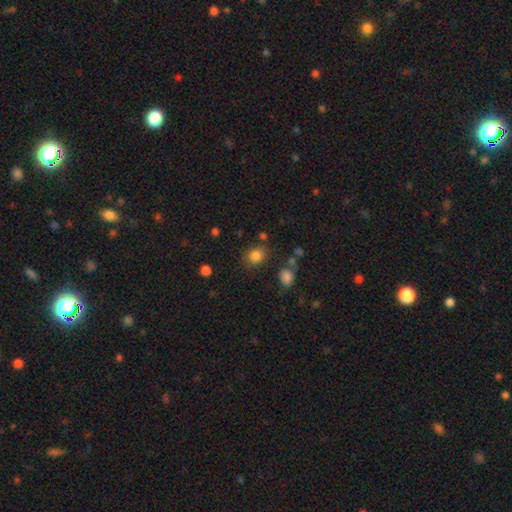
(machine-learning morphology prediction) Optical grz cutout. It shows a smooth galaxy with no disk features (82%) that is round (57%). Merging: none (75%).